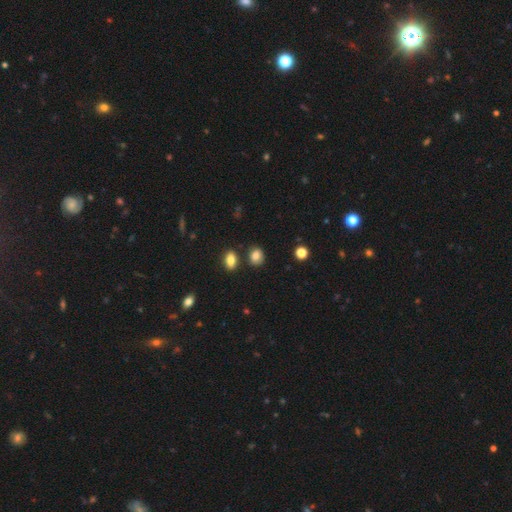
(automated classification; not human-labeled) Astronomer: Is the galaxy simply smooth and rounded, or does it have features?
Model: smooth — 84%.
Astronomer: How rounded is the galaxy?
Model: round — 51% (runner-up: in between, 48%).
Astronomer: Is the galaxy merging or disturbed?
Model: none — 80%.